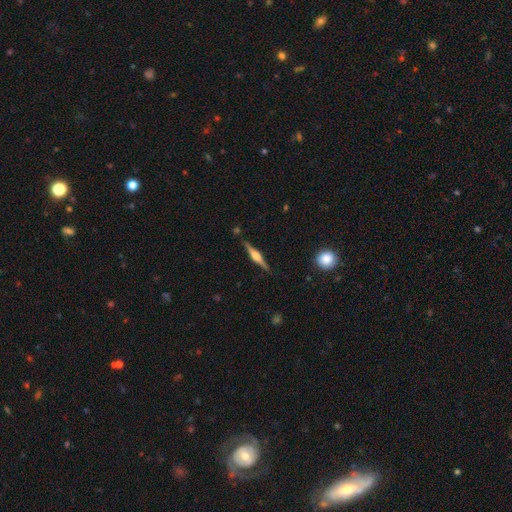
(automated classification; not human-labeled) A featured or disk galaxy (77%) viewed edge-on (98%) with a rounded central bulge (87%). Merging: none (88%).